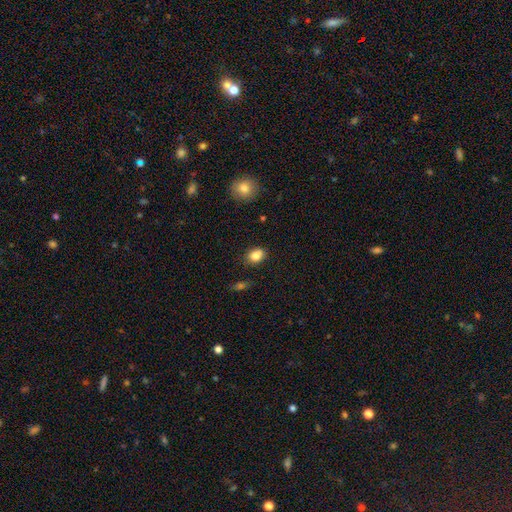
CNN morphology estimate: smooth_or_featured: smooth (p=0.82) [alt: star or artifact p=0.10]
how_rounded: in between (p=0.62) [alt: round p=0.37]
merging: none (p=0.71) [alt: minor disturbance p=0.19]